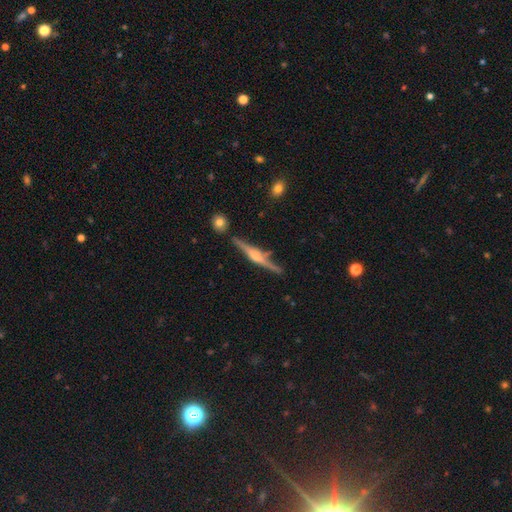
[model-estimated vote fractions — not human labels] featured or disk 79%, smooth 15%, star or artifact 6%. Down the decision tree: edge-on disk — yes (97%); edge-on bulge — rounded (71%); merging — none (80%).